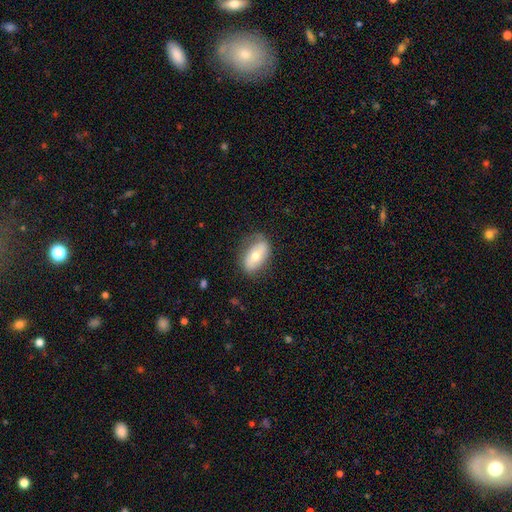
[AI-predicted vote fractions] A smooth galaxy with no disk features (58%) that is in between round and cigar-shaped (90%). Merging: none (72%).